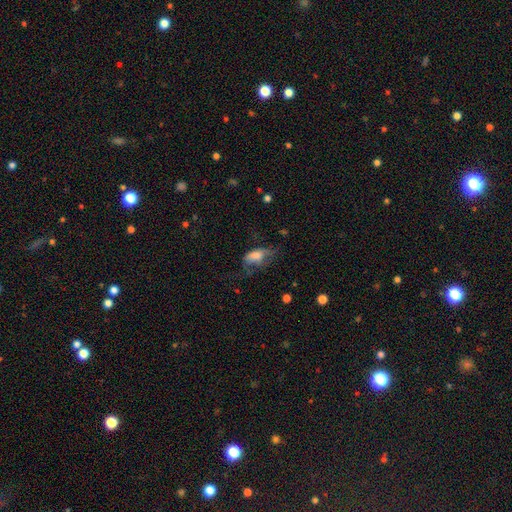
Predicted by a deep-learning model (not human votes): Smooth or featured? smooth (63%)
How rounded? in between (87%)
Merging? major disturbance (41%)